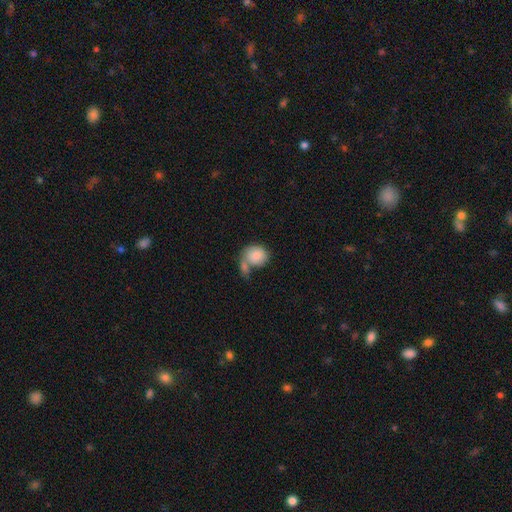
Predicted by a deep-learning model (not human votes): Smooth or featured? smooth (81%)
How rounded? round (73%)
Merging? merger (46%)